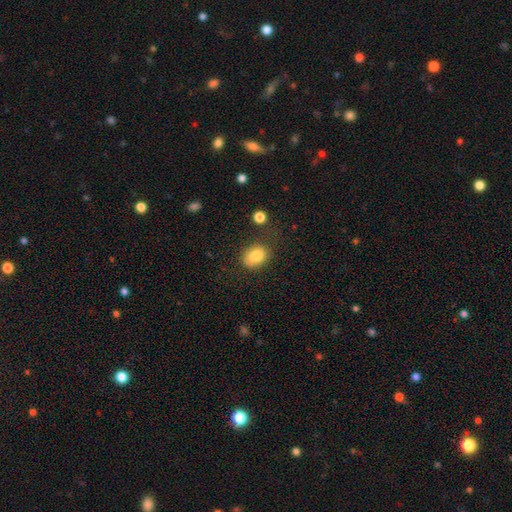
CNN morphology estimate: Overall: smooth (83%). How rounded: in between (62%; round 37%). Merging: none (69%).